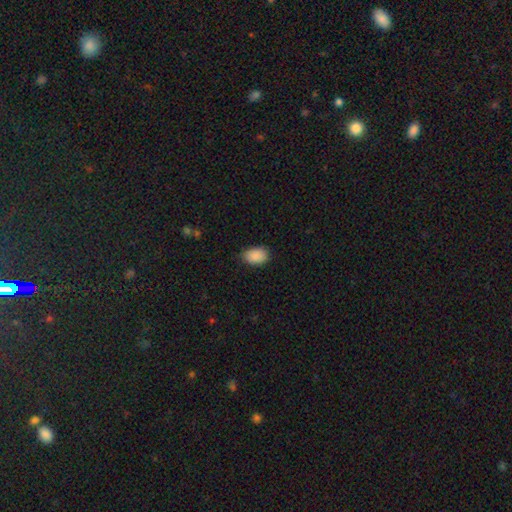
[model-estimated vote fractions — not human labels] smooth 89%, star or artifact 7%, featured or disk 4%. Down the decision tree: how rounded — in between (87%); merging — none (78%).